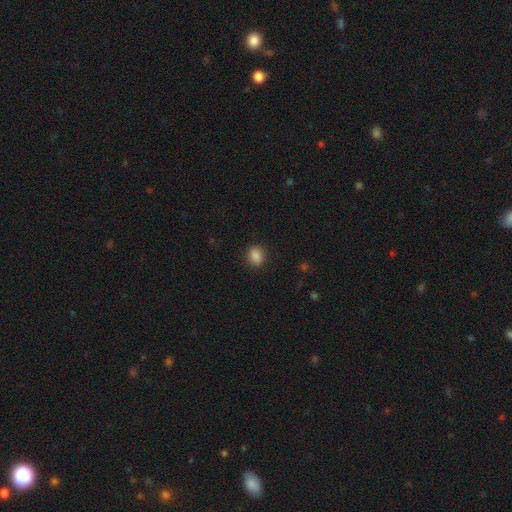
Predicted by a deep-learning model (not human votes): Overall: smooth (86%). How rounded: round (52%; in between 47%). Merging: none (86%).